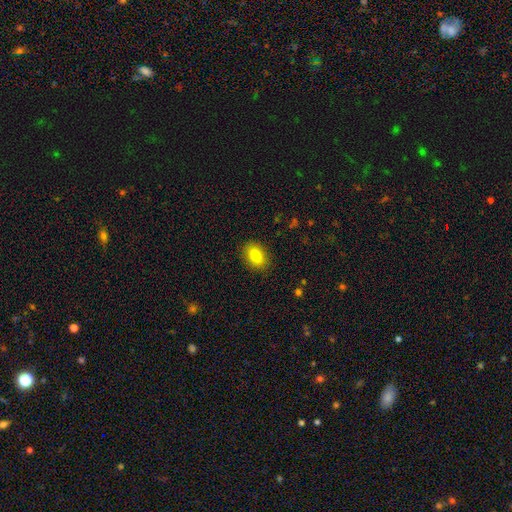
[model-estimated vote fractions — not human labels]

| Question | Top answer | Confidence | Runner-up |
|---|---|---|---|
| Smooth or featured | smooth | 83% | star or artifact (9%) |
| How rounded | in between | 78% | round (21%) |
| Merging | none | 88% | minor disturbance (9%) |